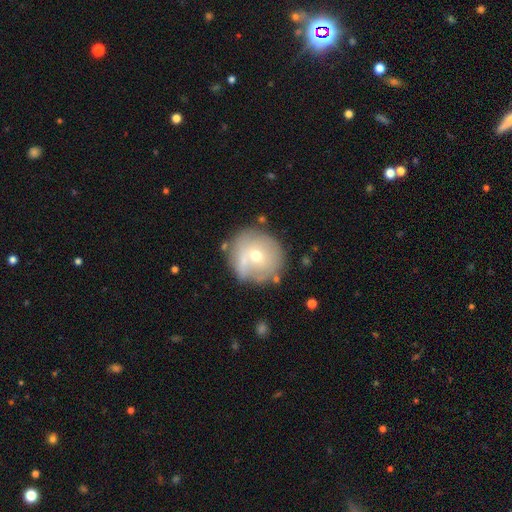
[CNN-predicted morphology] type=smooth (56%); roundness=round (92%); merging=none (68%).